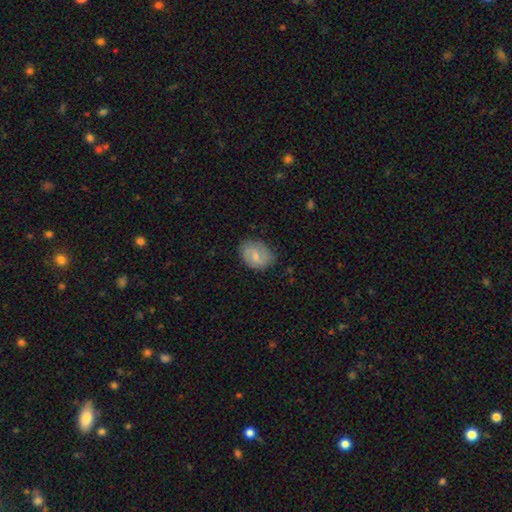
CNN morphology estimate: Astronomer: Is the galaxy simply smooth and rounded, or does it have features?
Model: smooth — 50% (runner-up: featured or disk, 44%).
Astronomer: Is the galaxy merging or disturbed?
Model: none — 76%.